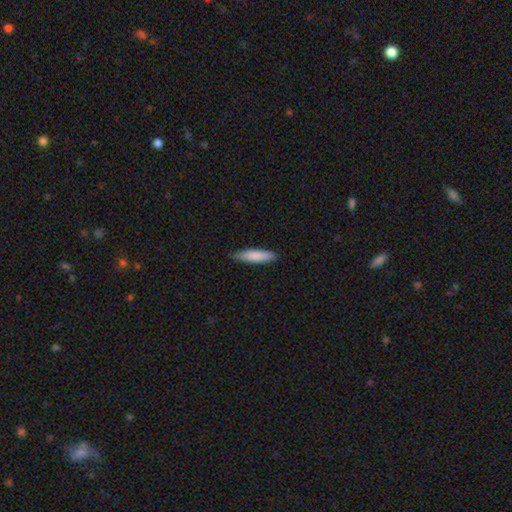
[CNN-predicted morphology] smooth 85%, featured or disk 10%, star or artifact 5%. Down the decision tree: how rounded — cigar-shaped (75%); merging — none (84%).